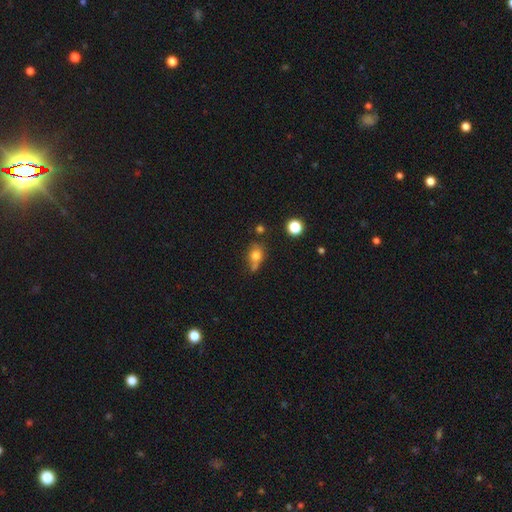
A smooth galaxy with no disk features (79%) that is round (55%).

Vote fractions:
- Smooth or featured? smooth: 79% / featured or disk: 10% / star or artifact: 10%
- How rounded? round: 55% / in between: 45% / cigar-shaped: 0%
- Merging? none: 43% / minor disturbance: 23% / major disturbance: 20% / merger: 14%